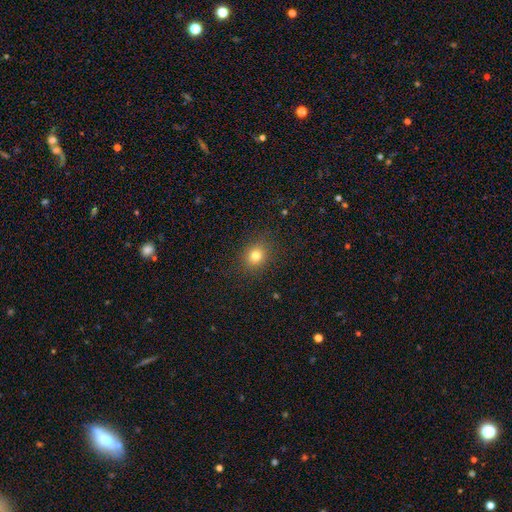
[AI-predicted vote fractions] Smooth or featured? smooth (79%)
How rounded? round (75%)
Merging? none (88%)